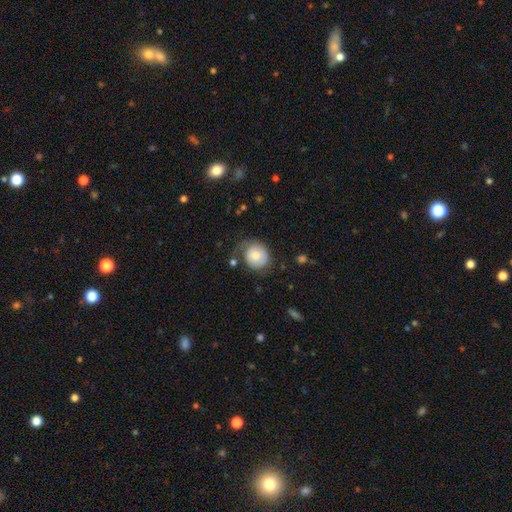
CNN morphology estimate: Overall: smooth (73%). How rounded: round (80%). Merging: none (52%; minor disturbance 29%).